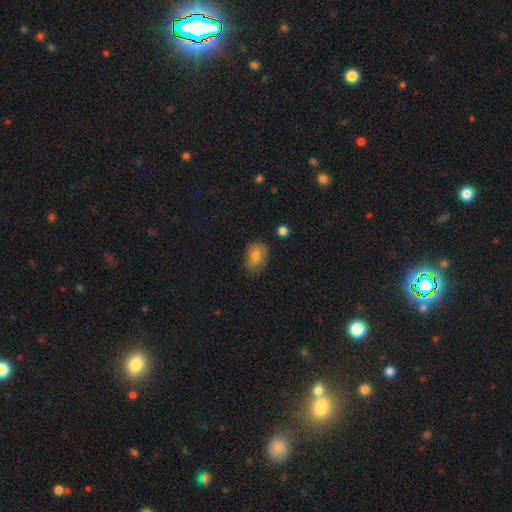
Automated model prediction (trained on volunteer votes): smooth-or-featured: smooth: 77% | featured or disk: 14% | star or artifact: 9%
  how-rounded: in between: 76% | round: 23% | cigar-shaped: 1%
  merging: none: 73% | minor disturbance: 21% | major disturbance: 4% | merger: 2%